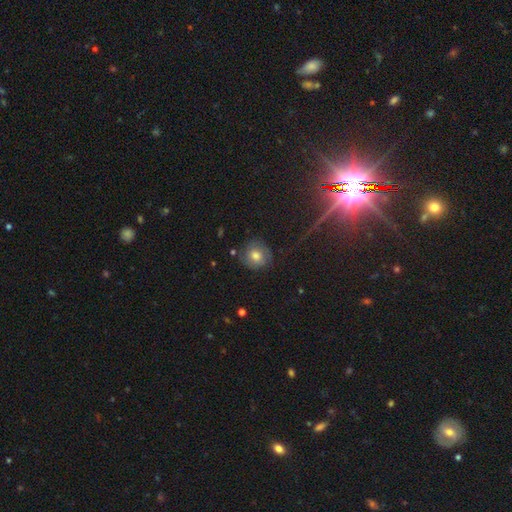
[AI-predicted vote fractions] A smooth galaxy with no disk features (61%) that is round (85%). Merging: none (76%).